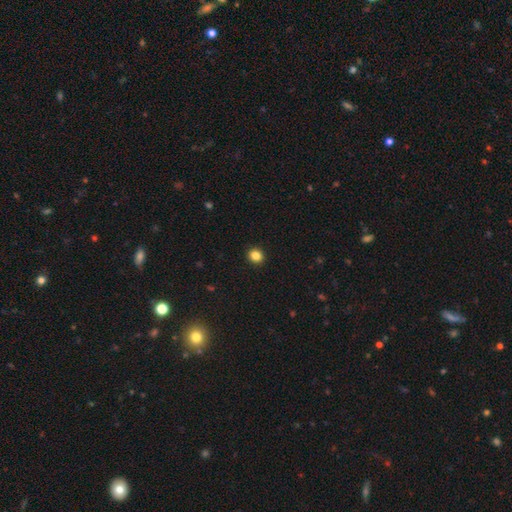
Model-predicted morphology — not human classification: Smooth or featured? smooth (85%)
How rounded? round (81%)
Merging? none (93%)